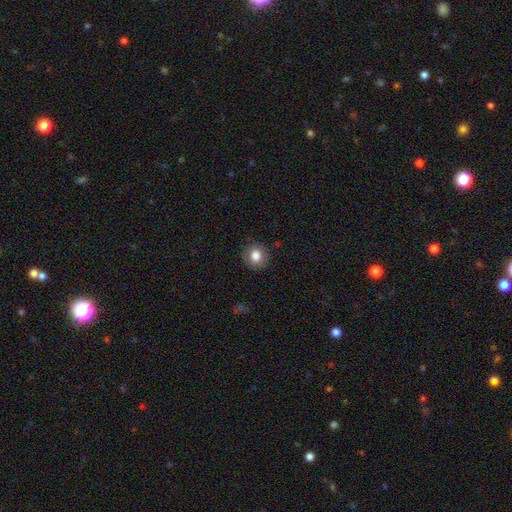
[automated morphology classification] The model was most divided on "smooth or featured": smooth: 83%, star or artifact: 10%, featured or disk: 8%. More confident: merging — none (88%); how rounded — round (87%).